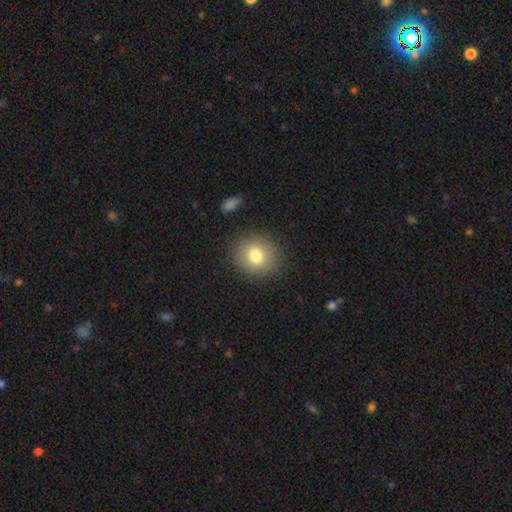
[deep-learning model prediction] Smooth or featured? Predicted: smooth (p=0.78). How rounded? Predicted: round (p=0.80). Merging? Predicted: none (p=0.86).